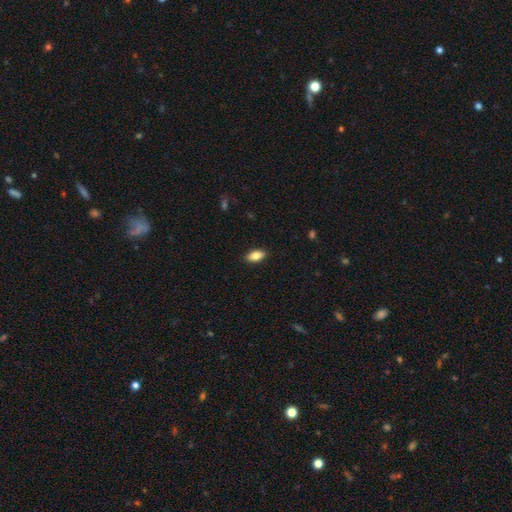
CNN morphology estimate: Q: Smooth or featured?
A: smooth (83%); runner-up: featured or disk (10%)
Q: How rounded?
A: in between (89%); runner-up: cigar-shaped (7%)
Q: Merging?
A: none (89%); runner-up: minor disturbance (8%)